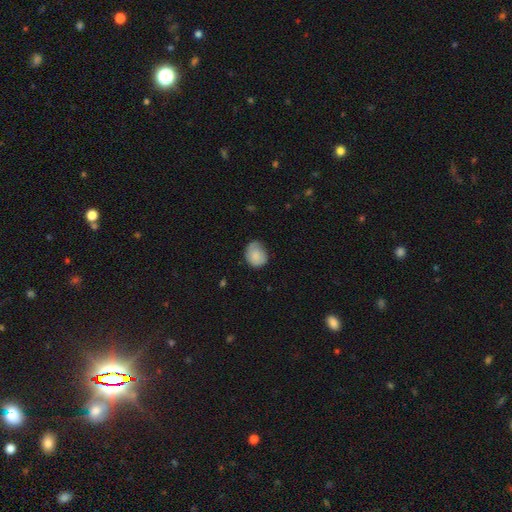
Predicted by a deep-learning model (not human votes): smooth-or-featured: smooth: 81% | featured or disk: 12% | star or artifact: 7%
  how-rounded: round: 50% | in between: 49% | cigar-shaped: 1%
  merging: none: 57% | minor disturbance: 34% | major disturbance: 8% | merger: 1%